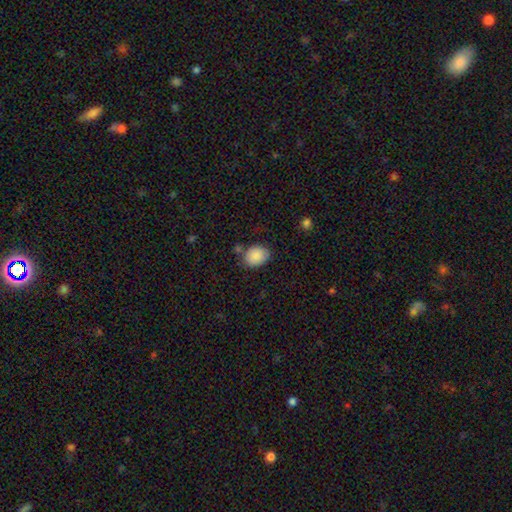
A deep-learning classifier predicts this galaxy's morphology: A smooth galaxy with no disk features (88%) that is in between round and cigar-shaped (59%). Merging: none (75%).